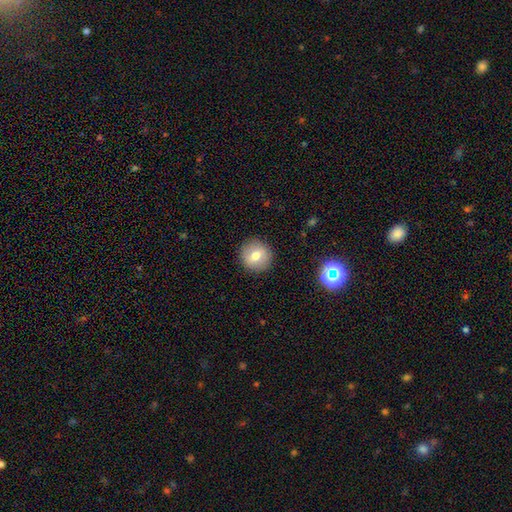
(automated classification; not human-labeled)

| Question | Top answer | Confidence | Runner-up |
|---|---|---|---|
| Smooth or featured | smooth | 70% | featured or disk (20%) |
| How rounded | round | 92% | in between (7%) |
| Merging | none | 90% | minor disturbance (7%) |